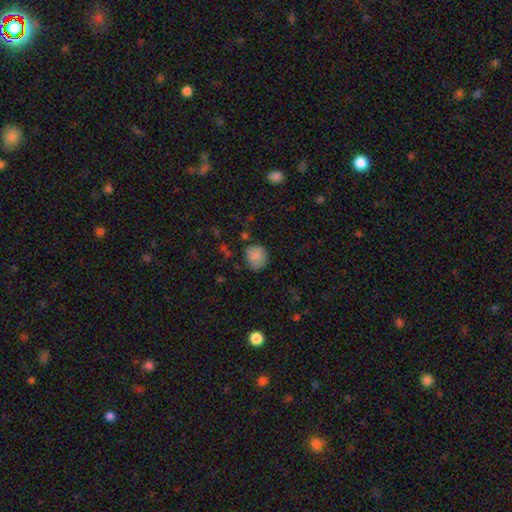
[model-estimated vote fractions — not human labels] Morphology: type=smooth (84%); roundness=round (81%); merging=none (78%).